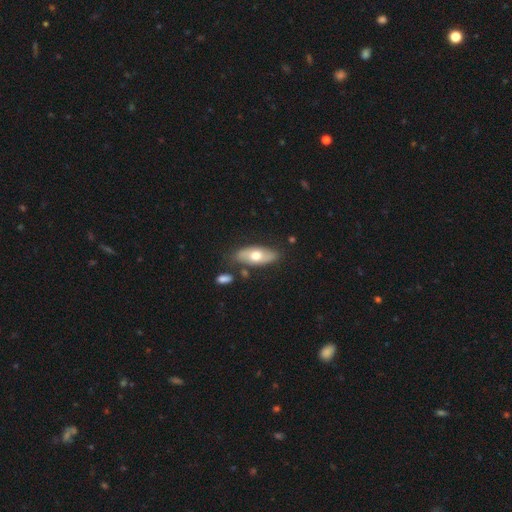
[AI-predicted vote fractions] Q: Smooth or featured?
A: smooth (59%); runner-up: featured or disk (35%)
Q: How rounded?
A: in between (84%); runner-up: cigar-shaped (13%)
Q: Merging?
A: none (77%); runner-up: minor disturbance (14%)